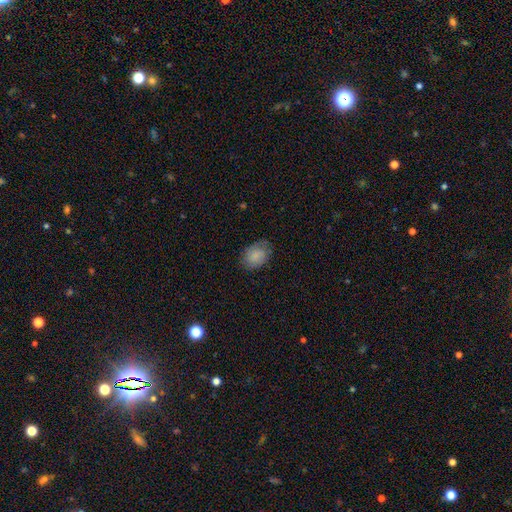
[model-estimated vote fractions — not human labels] Q: Smooth or featured?
A: smooth (78%); runner-up: featured or disk (14%)
Q: How rounded?
A: in between (72%); runner-up: round (27%)
Q: Merging?
A: none (68%); runner-up: minor disturbance (24%)